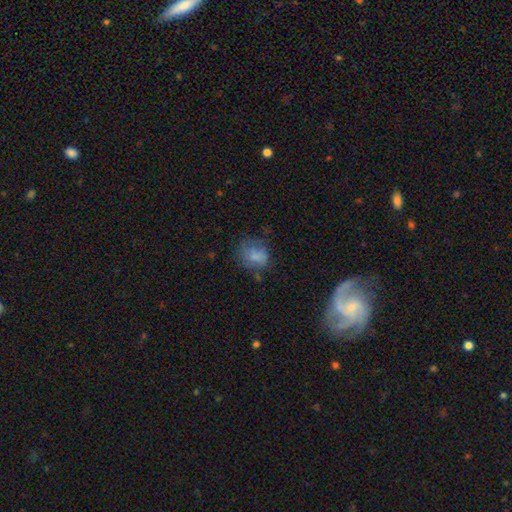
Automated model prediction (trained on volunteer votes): Smooth or featured? smooth (71%)
How rounded? round (60%)
Merging? none (49%)